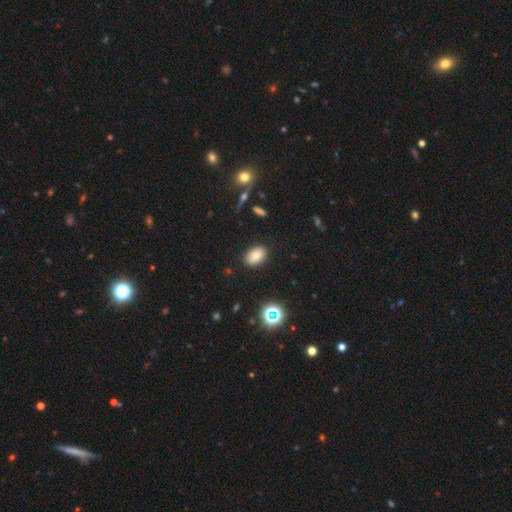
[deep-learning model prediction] This is likely a smooth galaxy (75%). How rounded: clearly in between (83%). Merging: clearly none (87%).